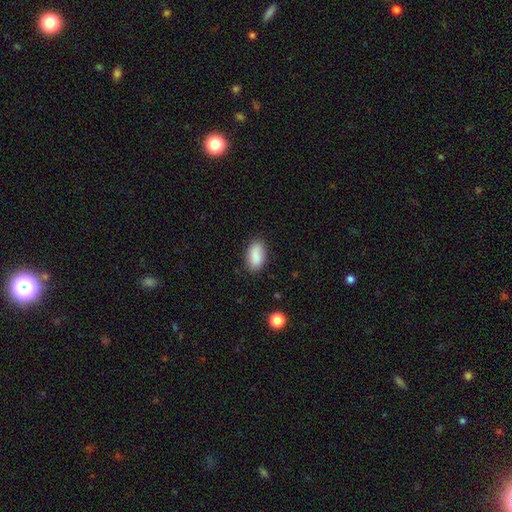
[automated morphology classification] This appears to be a smooth galaxy with no disk features (88%) that is in between round and cigar-shaped (92%). Merging: none (83%).